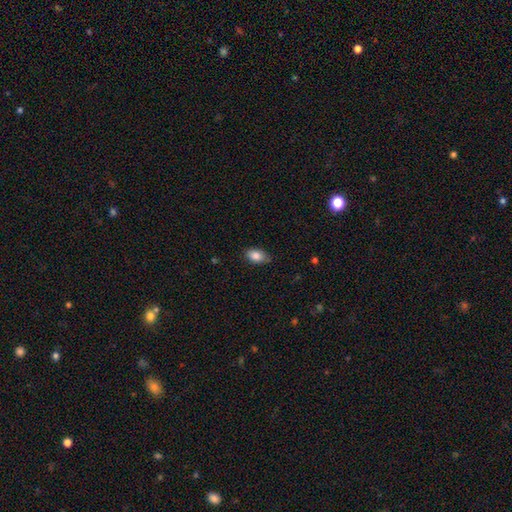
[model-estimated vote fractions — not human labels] smooth_or_featured: smooth (p=0.86) [alt: star or artifact p=0.07]
how_rounded: in between (p=0.89) [alt: round p=0.09]
merging: none (p=0.78) [alt: minor disturbance p=0.18]